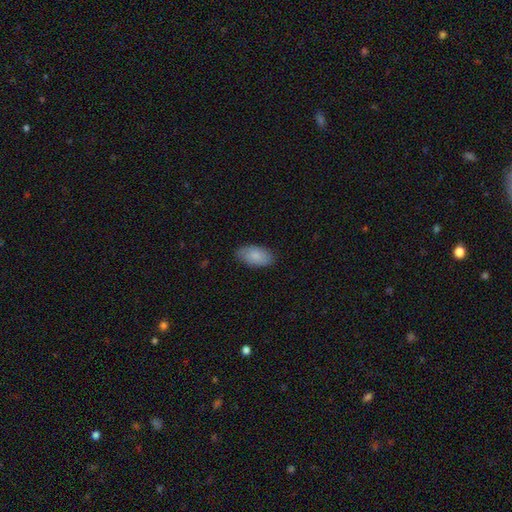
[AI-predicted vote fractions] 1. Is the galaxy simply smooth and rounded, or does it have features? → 86% smooth, 8% featured or disk, 6% star or artifact.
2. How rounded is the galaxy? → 95% in between, 3% round, 2% cigar-shaped.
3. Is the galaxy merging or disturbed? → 84% none, 13% minor disturbance, 3% major disturbance, 1% merger.